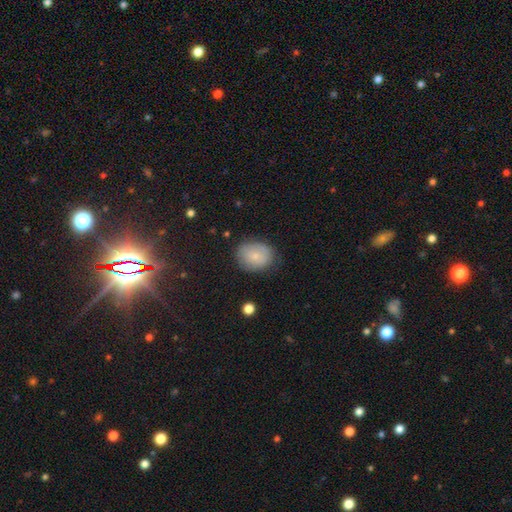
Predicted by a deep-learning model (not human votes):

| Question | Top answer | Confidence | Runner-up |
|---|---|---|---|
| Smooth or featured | smooth | 79% | featured or disk (13%) |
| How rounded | in between | 55% | round (44%) |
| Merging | none | 75% | minor disturbance (19%) |